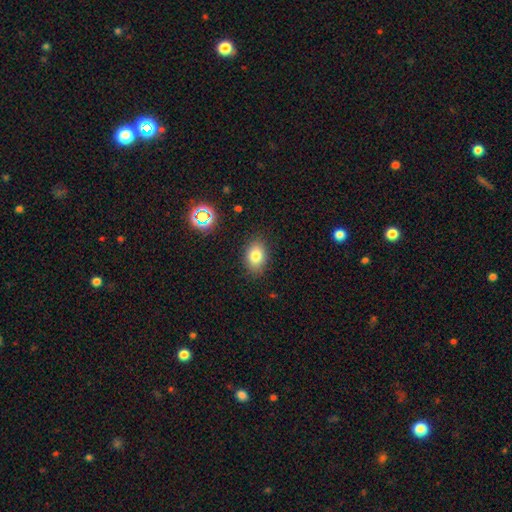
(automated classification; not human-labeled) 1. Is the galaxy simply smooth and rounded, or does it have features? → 80% smooth, 11% star or artifact, 9% featured or disk.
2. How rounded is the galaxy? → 77% in between, 21% round, 1% cigar-shaped.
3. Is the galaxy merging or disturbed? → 85% none, 11% minor disturbance, 3% major disturbance, 1% merger.